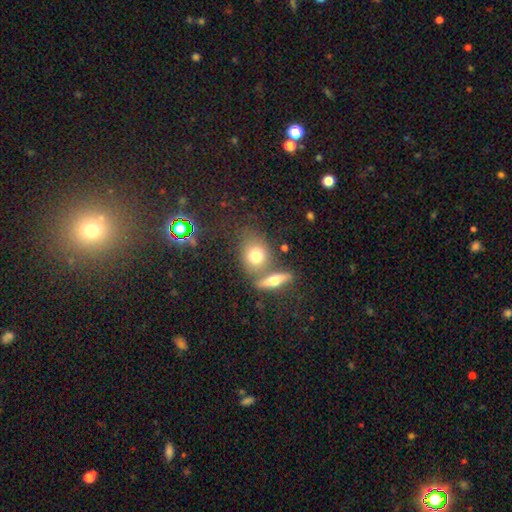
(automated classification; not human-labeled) Overall: smooth (70%). How rounded: round (51%; in between 45%). Merging: none (51%; merger 32%).